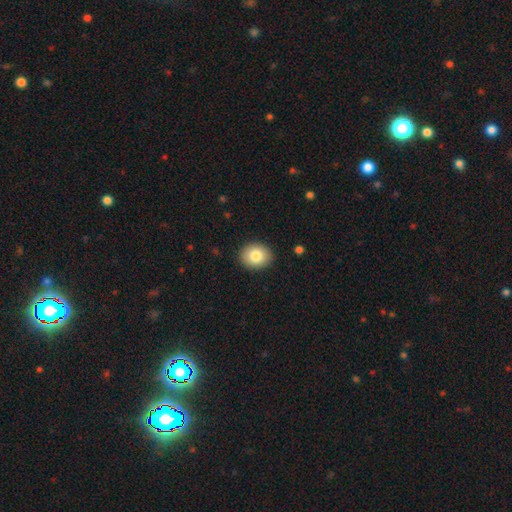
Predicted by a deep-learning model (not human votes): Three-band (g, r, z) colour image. It shows a smooth galaxy with no disk features (83%) that is round (54%). Merging: none (90%).